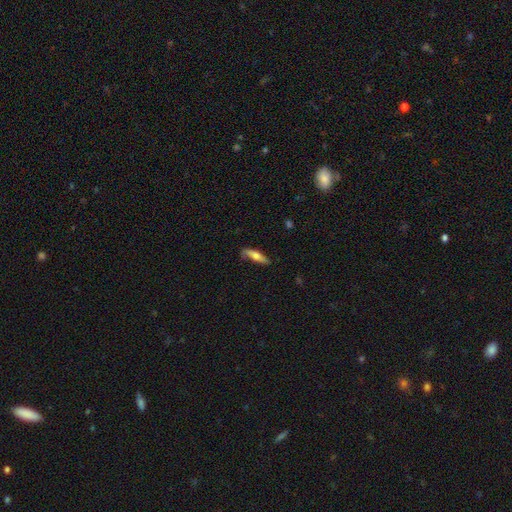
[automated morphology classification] type=smooth (56%); roundness=cigar-shaped (74%); merging=none (66%).